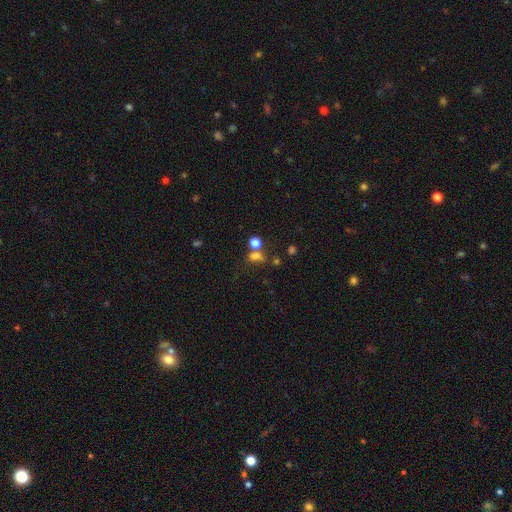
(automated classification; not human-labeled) Morphology: type=smooth (67%); roundness=in between (49%); merging=none (43%).